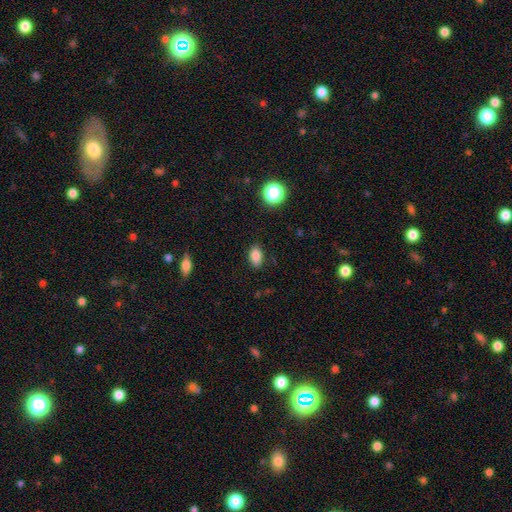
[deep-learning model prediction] Smooth or featured? Predicted: smooth (p=0.85). How rounded? Predicted: in between (p=0.87). Merging? Predicted: none (p=0.86).